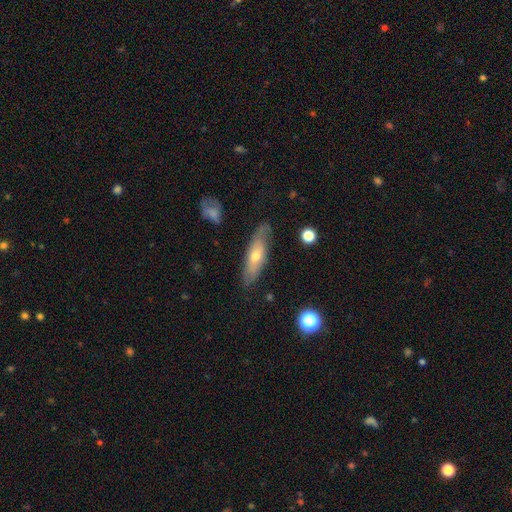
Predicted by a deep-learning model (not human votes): This is possibly a featured or disk galaxy (51%). It is possibly not viewed edge-on (55%). Merging: likely none (76%).